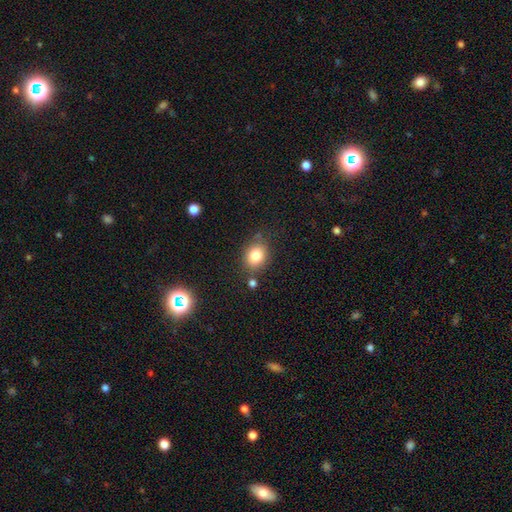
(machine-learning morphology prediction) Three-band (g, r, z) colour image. It shows a smooth galaxy with no disk features (82%) that is round (55%). Merging: none (76%).